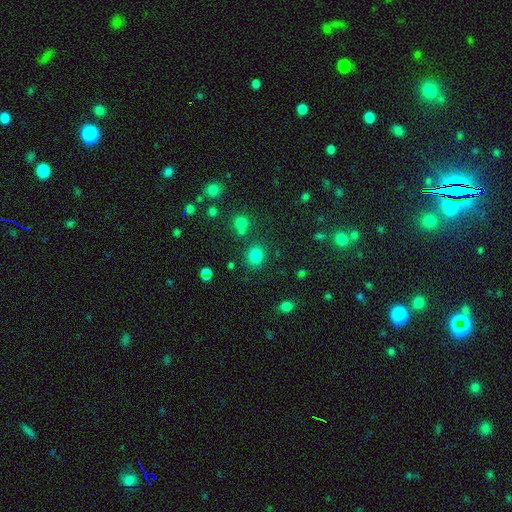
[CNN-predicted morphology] This is likely a smooth galaxy (79%). How rounded: likely round (72%). Merging: likely none (80%).